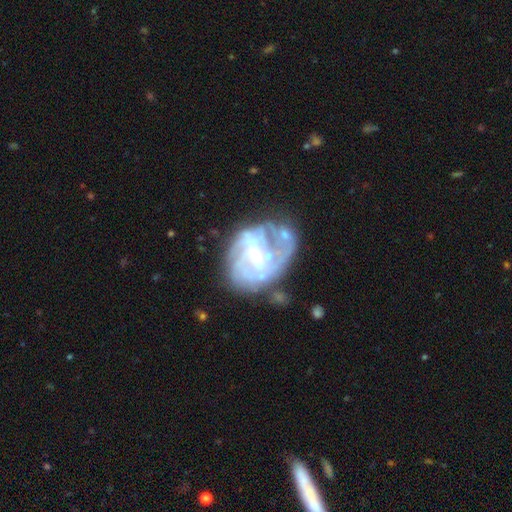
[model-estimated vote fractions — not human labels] Overall: featured or disk (82%). Edge-on disk: no (98%). Bar: weak (48%; strong 33%). Spiral arms: yes (78%). Spiral arm count: can't tell (38%; 2 26%). Spiral winding: medium (39%, tied with tight). Bulge size: small (44%; moderate 38%). Merging: none (47%; major disturbance 24%).